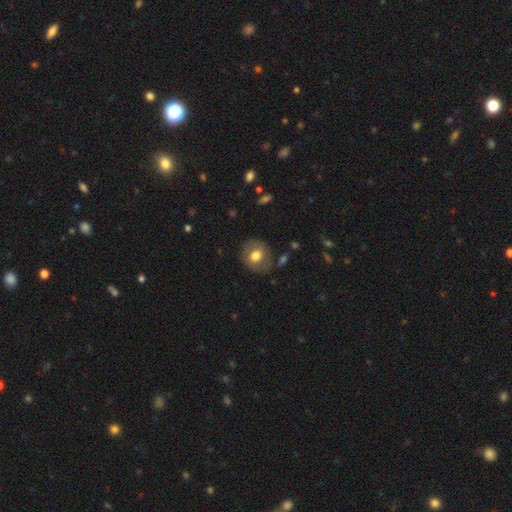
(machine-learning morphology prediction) type=smooth (66%); roundness=round (74%); merging=none (78%).